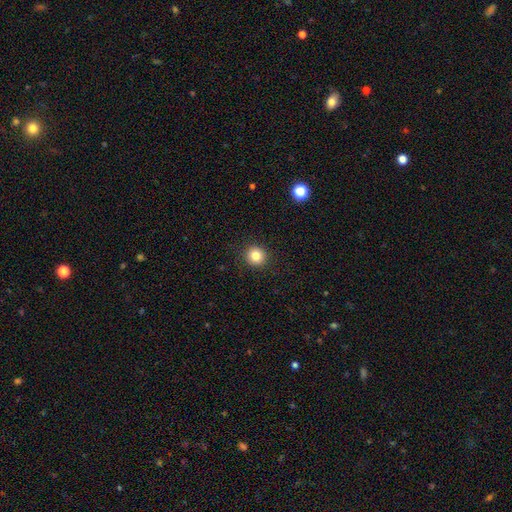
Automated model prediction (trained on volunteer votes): Smooth or featured? smooth (82%)
How rounded? round (90%)
Merging? none (91%)